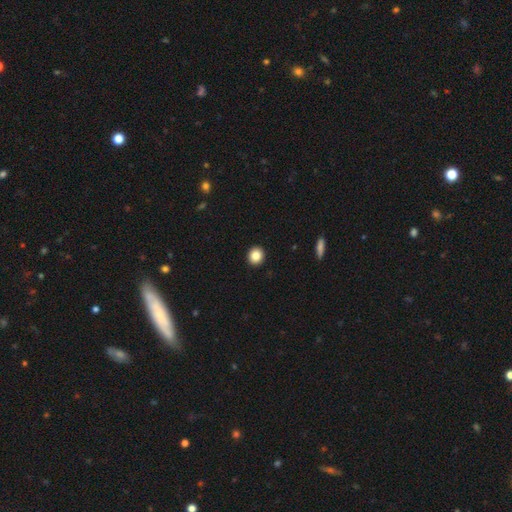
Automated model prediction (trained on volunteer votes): Smooth or featured? smooth (86%)
How rounded? round (84%)
Merging? none (93%)